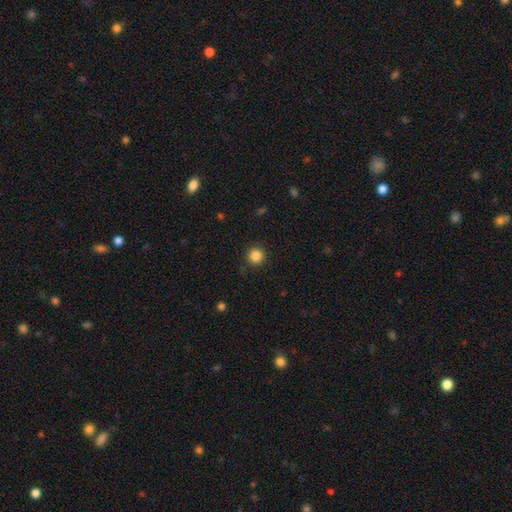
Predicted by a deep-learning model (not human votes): Smooth or featured? smooth (85%)
How rounded? round (95%)
Merging? none (89%)